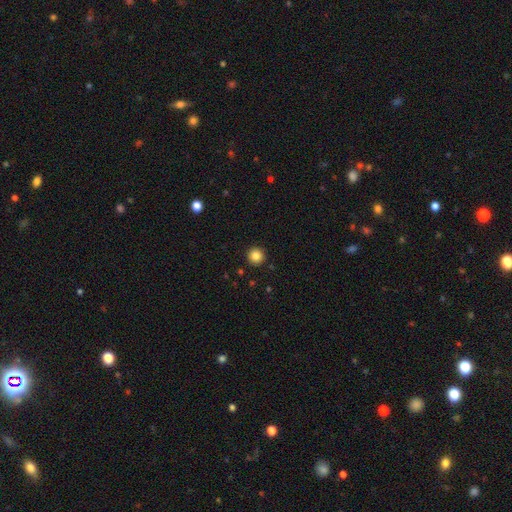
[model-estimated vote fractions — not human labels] Smooth or featured?
  - smooth: 85% *
  - star or artifact: 11%
  - featured or disk: 5%
How rounded?
  - round: 96% *
  - in between: 3%
  - cigar-shaped: 1%
Merging?
  - none: 93% *
  - minor disturbance: 4%
  - major disturbance: 2%
  - merger: 1%